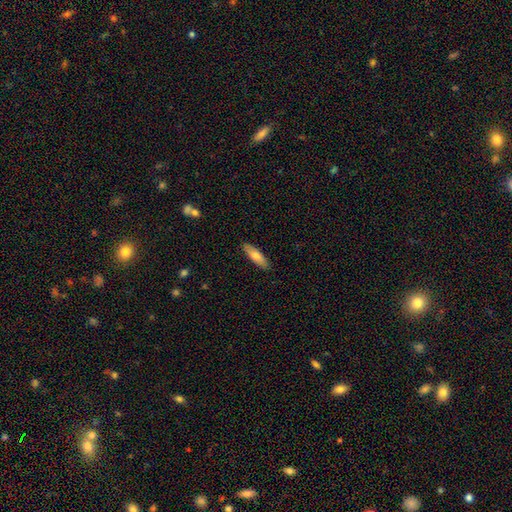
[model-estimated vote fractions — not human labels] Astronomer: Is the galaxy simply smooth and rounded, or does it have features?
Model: smooth — 75%.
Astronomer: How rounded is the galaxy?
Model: cigar-shaped — 52% (runner-up: in between, 46%).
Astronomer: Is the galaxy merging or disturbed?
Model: none — 88%.